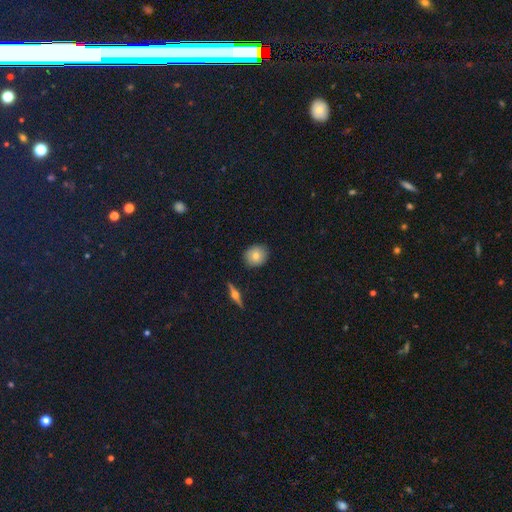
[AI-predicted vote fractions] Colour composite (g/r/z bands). It shows a smooth galaxy with no disk features (74%) that is round (77%). Merging: none (87%).